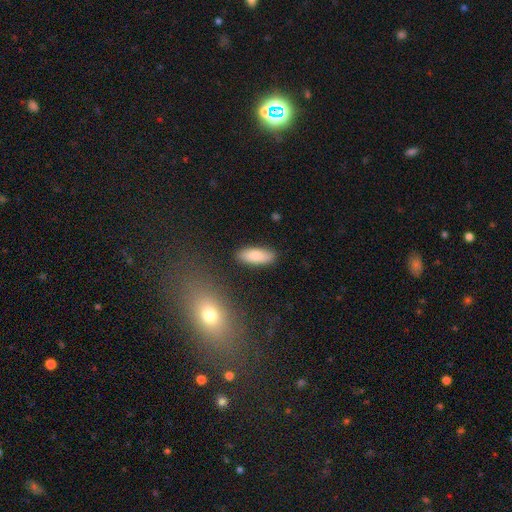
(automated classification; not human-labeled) A smooth galaxy with no disk features (84%) that is in between round and cigar-shaped (74%). Merging: none (86%).